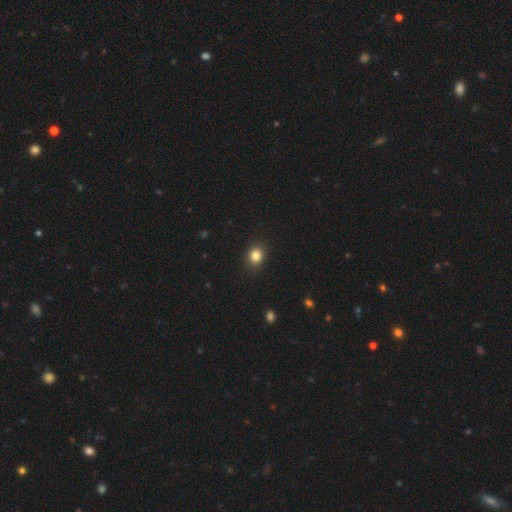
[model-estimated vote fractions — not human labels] smooth 84%, star or artifact 11%, featured or disk 5%. Down the decision tree: how rounded — round (58%); merging — none (89%).